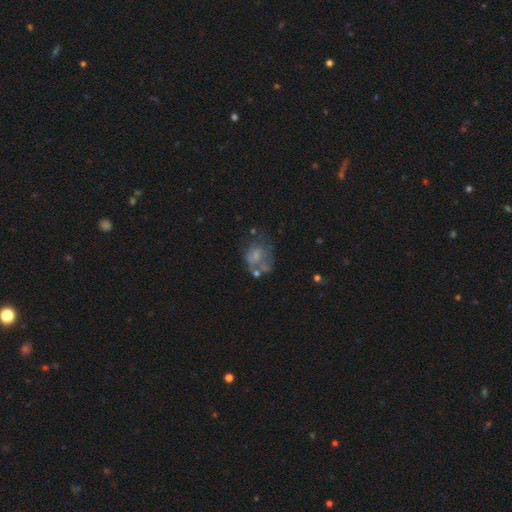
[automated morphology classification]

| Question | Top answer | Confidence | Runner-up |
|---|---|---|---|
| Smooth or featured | featured or disk | 44% | smooth (43%) |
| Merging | major disturbance | 30% | tied: none (30%) |